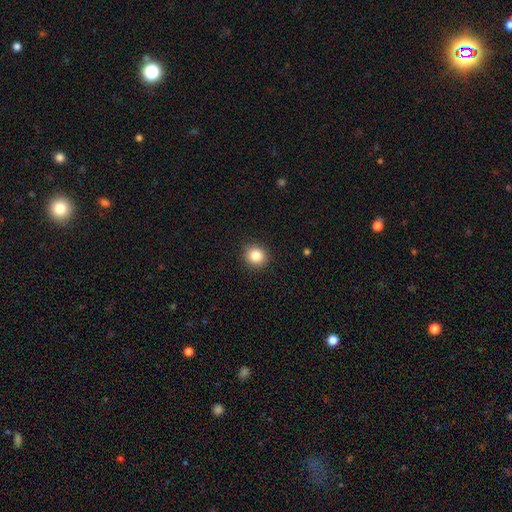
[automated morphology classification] smooth-or-featured: smooth: 85% | star or artifact: 10% | featured or disk: 5%
  how-rounded: round: 86% | in between: 13% | cigar-shaped: 1%
  merging: none: 91% | minor disturbance: 6% | major disturbance: 2% | merger: 1%